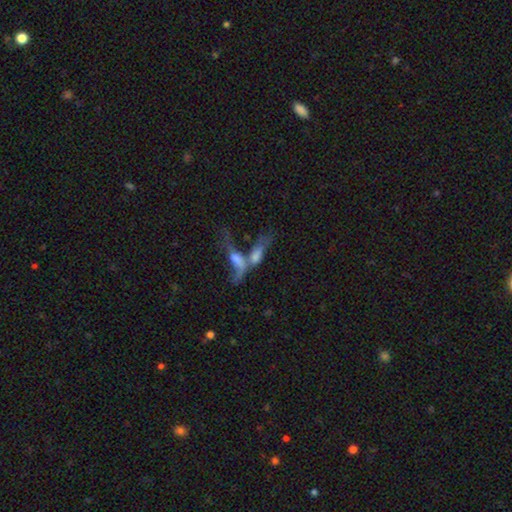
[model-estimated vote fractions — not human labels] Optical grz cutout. It shows a featured or disk galaxy (47%). Merging: merger (72%).